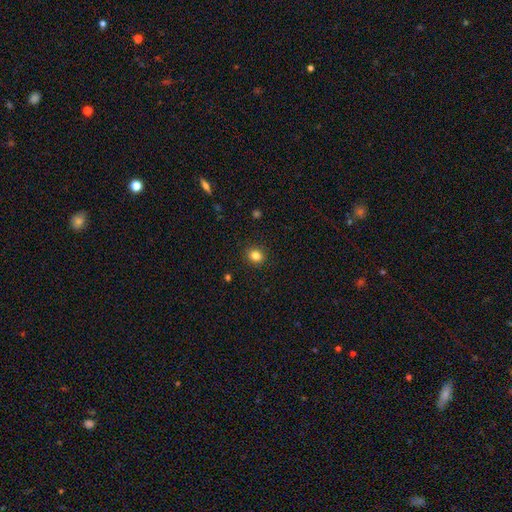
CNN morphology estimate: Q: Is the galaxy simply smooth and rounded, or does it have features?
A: smooth — 83%.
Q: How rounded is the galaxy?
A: round — 72%.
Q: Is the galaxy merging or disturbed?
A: none — 91%.